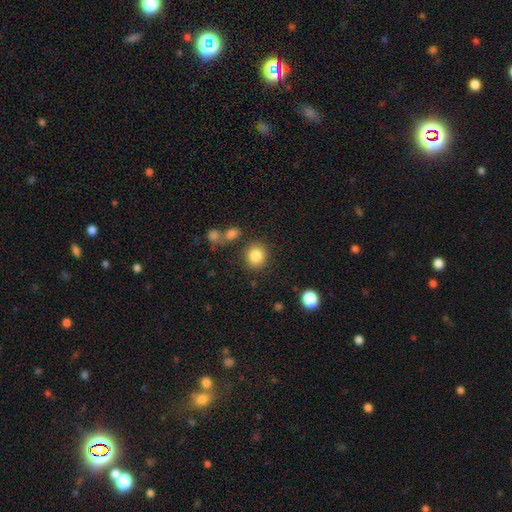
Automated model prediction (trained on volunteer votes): A smooth galaxy with no disk features (84%) that is round (81%). Merging: none (83%).